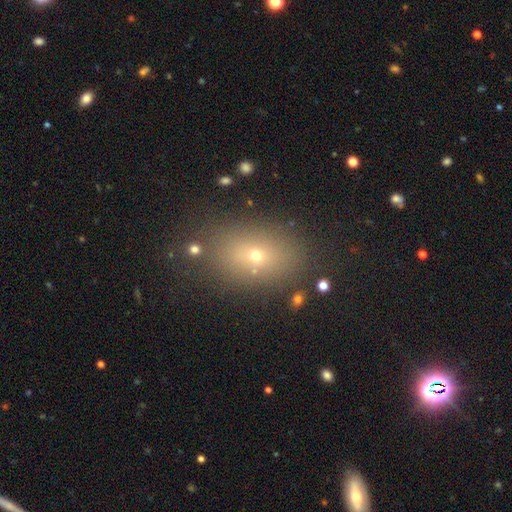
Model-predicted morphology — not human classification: smooth 61%, star or artifact 22%, featured or disk 17%. Down the decision tree: how rounded — in between (72%); merging — none (80%).